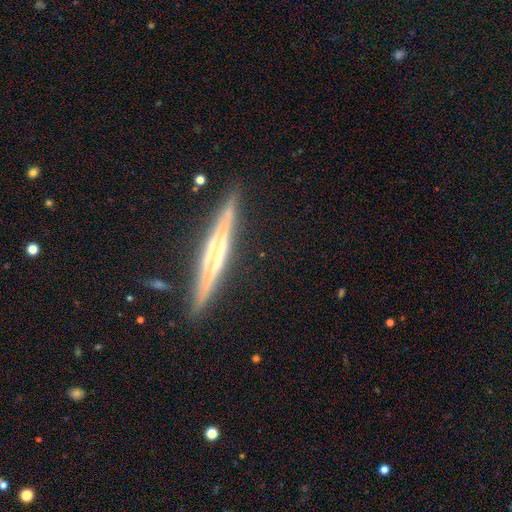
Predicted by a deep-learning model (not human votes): smooth-or-featured: featured or disk: 72% | smooth: 21% | star or artifact: 6%
  disk-edge-on: yes: 97% | no: 3%
    edge-on-bulge: rounded: 44% | none: 36% | boxy: 21%
  merging: none: 88% | minor disturbance: 9% | major disturbance: 2% | merger: 1%